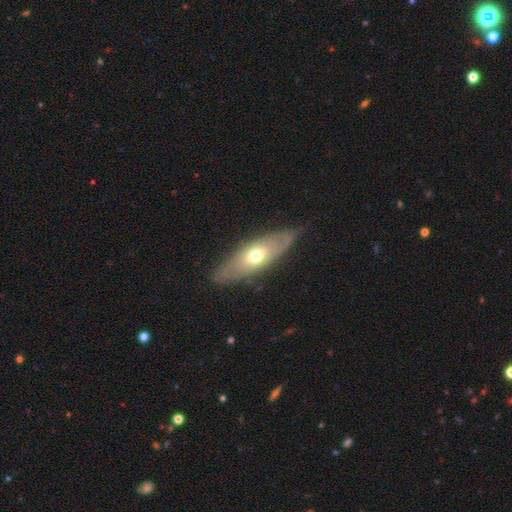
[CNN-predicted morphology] featured or disk 51%, smooth 43%, star or artifact 6%. Down the decision tree: edge-on disk — no (64%); merging — none (80%).